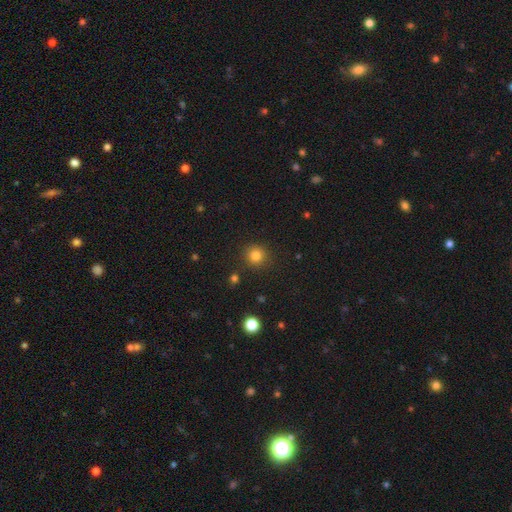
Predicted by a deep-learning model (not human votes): smooth-or-featured: smooth: 81% | star or artifact: 14% | featured or disk: 5%
  how-rounded: round: 93% | in between: 6% | cigar-shaped: 1%
  merging: none: 89% | minor disturbance: 6% | major disturbance: 2% | merger: 2%